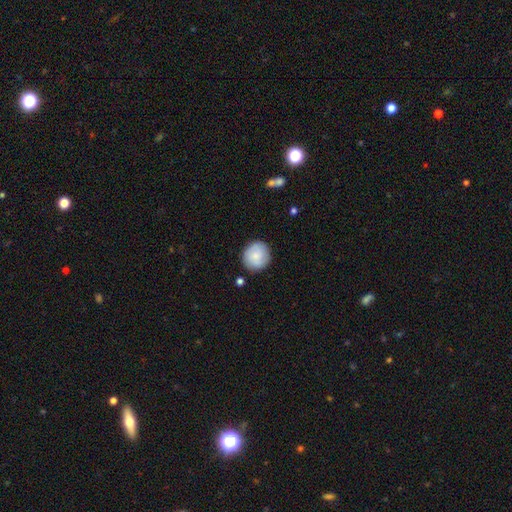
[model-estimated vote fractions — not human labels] Smooth or featured? Predicted: smooth (p=0.76). How rounded? Predicted: round (p=0.91). Merging? Predicted: none (p=0.86).